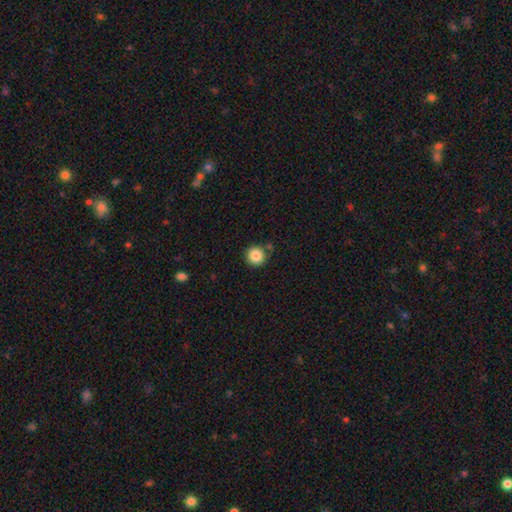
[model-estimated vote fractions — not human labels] A smooth galaxy with no disk features (86%) that is round (95%). Merging: none (83%).